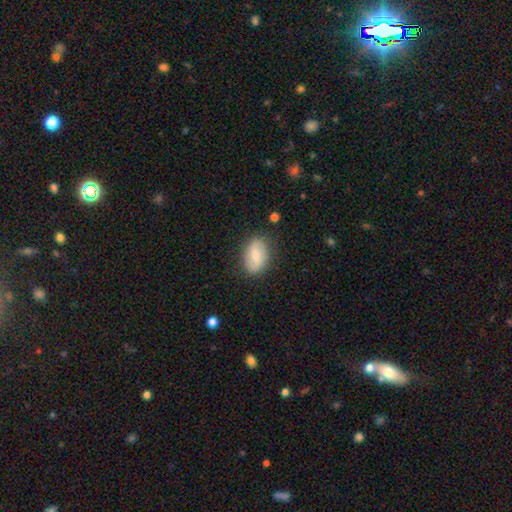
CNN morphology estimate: Q: Smooth or featured?
A: smooth (59%); runner-up: featured or disk (34%)
Q: How rounded?
A: in between (87%); runner-up: round (11%)
Q: Merging?
A: none (81%); runner-up: minor disturbance (14%)